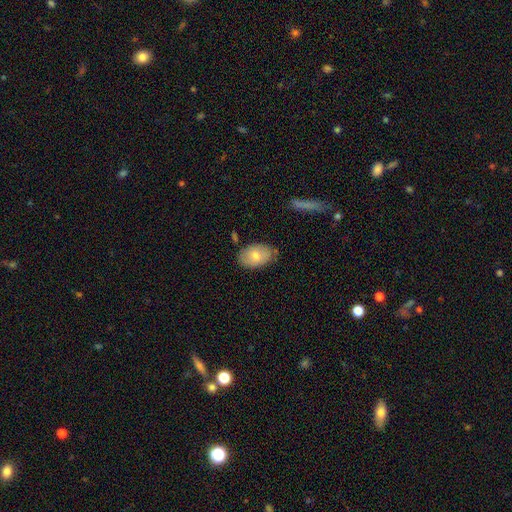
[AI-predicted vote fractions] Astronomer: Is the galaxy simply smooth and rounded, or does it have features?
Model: smooth — 71%.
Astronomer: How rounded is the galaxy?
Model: in between — 90%.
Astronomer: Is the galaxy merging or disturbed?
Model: none — 75%.